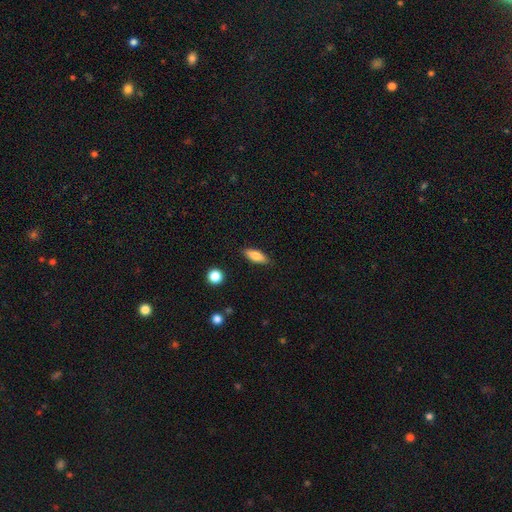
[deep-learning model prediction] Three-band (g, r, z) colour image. It shows a smooth galaxy with no disk features (77%) that is in between round and cigar-shaped (67%). Merging: none (85%).